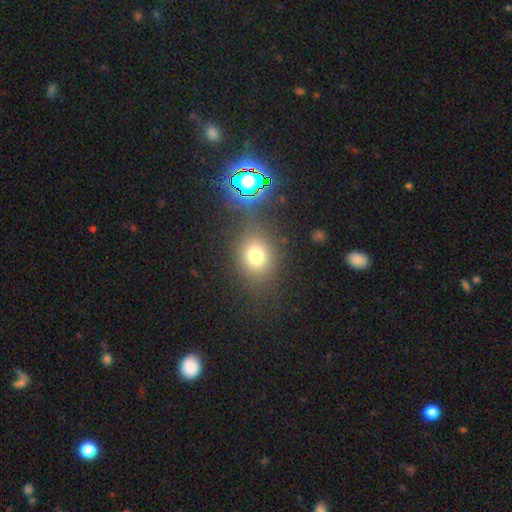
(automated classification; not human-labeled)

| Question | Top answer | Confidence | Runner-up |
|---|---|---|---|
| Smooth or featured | smooth | 71% | star or artifact (19%) |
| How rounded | round | 66% | in between (33%) |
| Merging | none | 71% | merger (12%) |